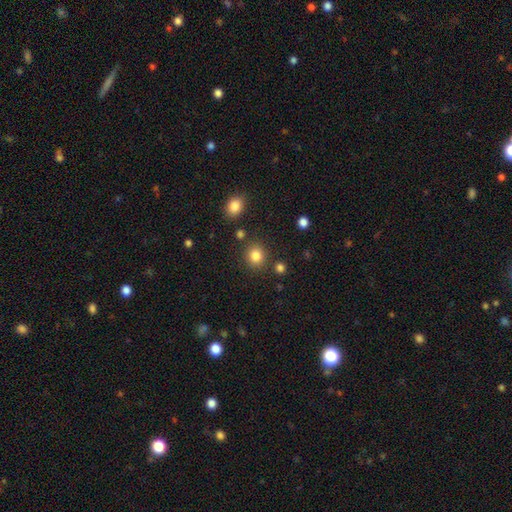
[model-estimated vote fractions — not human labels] smooth 84%, star or artifact 11%, featured or disk 5%. Down the decision tree: how rounded — round (85%); merging — none (85%).